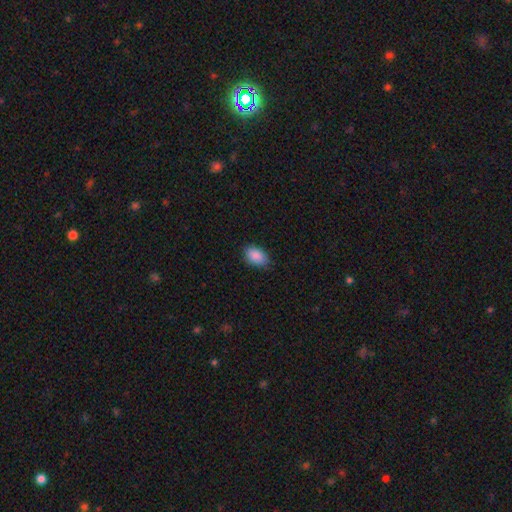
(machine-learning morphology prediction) smooth-or-featured: smooth: 89% | star or artifact: 7% | featured or disk: 4%
  how-rounded: in between: 91% | round: 8% | cigar-shaped: 2%
  merging: none: 83% | minor disturbance: 14% | major disturbance: 3% | merger: 1%